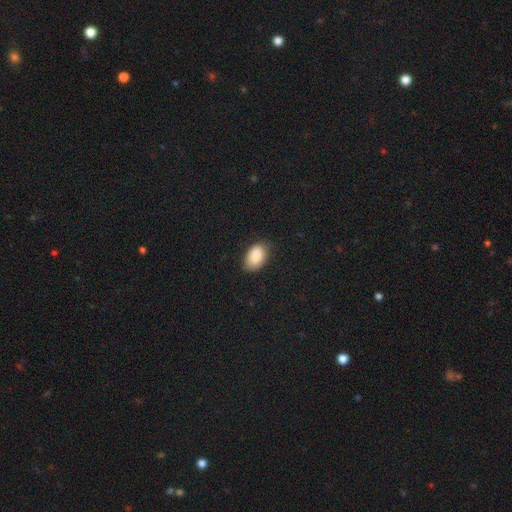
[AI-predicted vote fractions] Smooth or featured? smooth (89%)
How rounded? in between (90%)
Merging? none (78%)